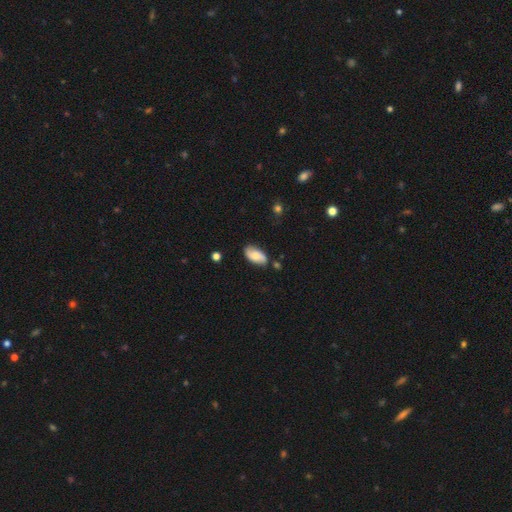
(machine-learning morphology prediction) Smooth or featured? smooth (63%)
How rounded? in between (93%)
Merging? none (75%)